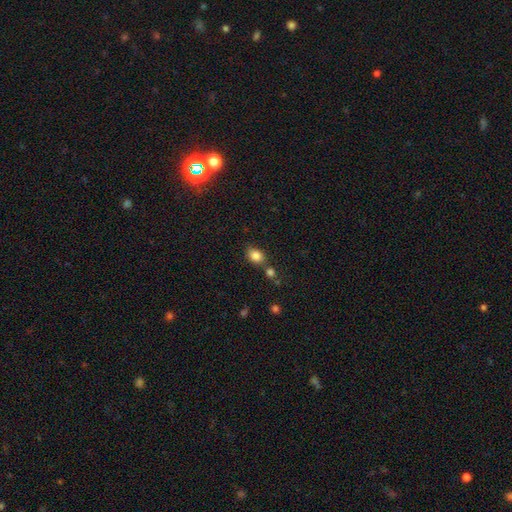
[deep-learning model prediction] Smooth or featured? smooth (84%)
How rounded? in between (69%)
Merging? none (65%)